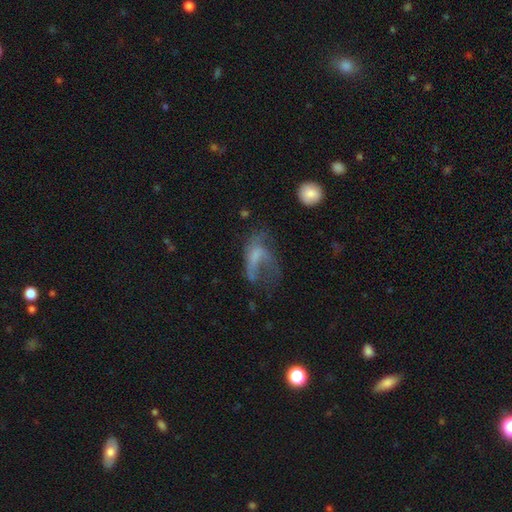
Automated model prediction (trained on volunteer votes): This appears to be a featured or disk galaxy (50%). Merging: major disturbance (57%).